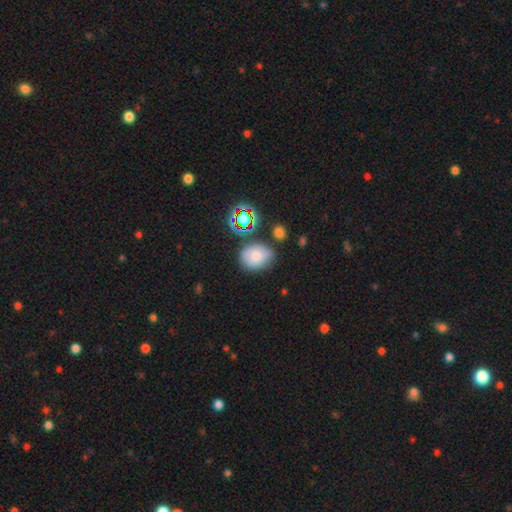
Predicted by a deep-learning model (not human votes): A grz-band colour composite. It shows a smooth galaxy with no disk features (67%) that is round (53%). Merging: none (58%).